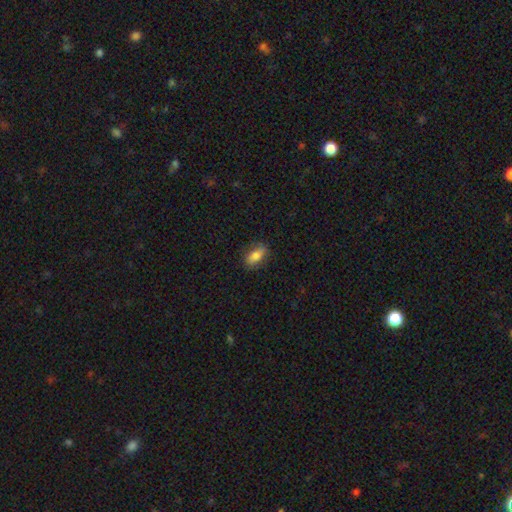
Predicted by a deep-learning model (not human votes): The model was most divided on "smooth or featured": smooth: 73%, featured or disk: 19%, star or artifact: 8%. More confident: how rounded — in between (85%); merging — none (78%).